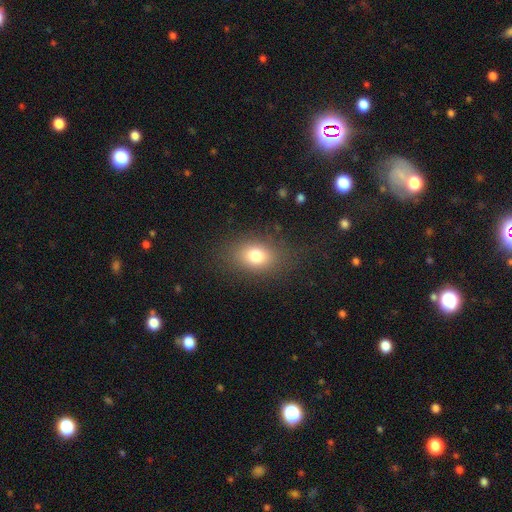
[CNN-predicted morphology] Smooth or featured?
  - smooth: 77% *
  - star or artifact: 12%
  - featured or disk: 11%
How rounded?
  - in between: 70% *
  - round: 28%
  - cigar-shaped: 2%
Merging?
  - none: 82% *
  - minor disturbance: 11%
  - major disturbance: 6%
  - merger: 1%